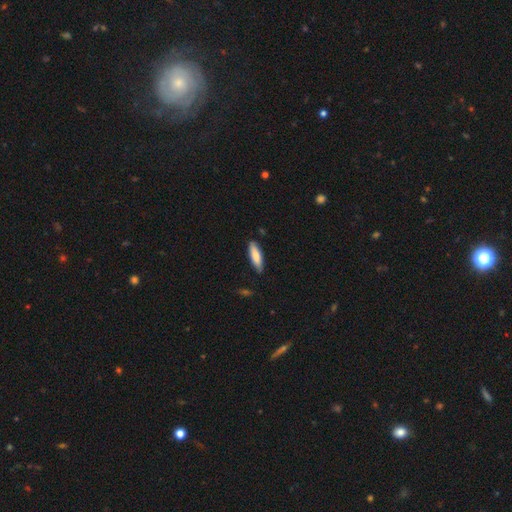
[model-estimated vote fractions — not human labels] Smooth or featured: smooth — 79% (featured or disk — 15%)
How rounded: cigar-shaped — 58% (in between — 40%)
Merging: none — 84% (minor disturbance — 13%)